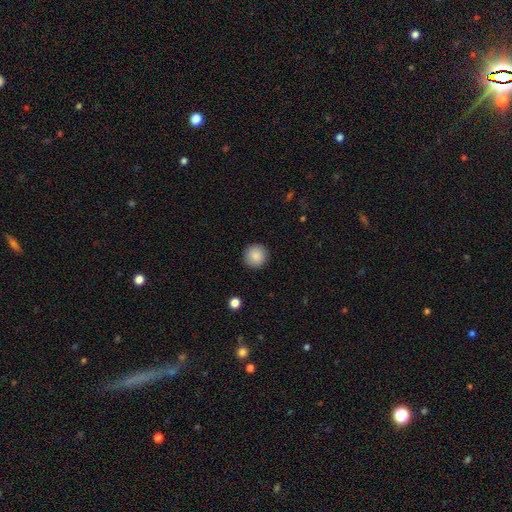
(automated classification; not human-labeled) Smooth or featured: smooth — 88% (star or artifact — 8%)
How rounded: round — 95% (in between — 4%)
Merging: none — 92% (minor disturbance — 5%)